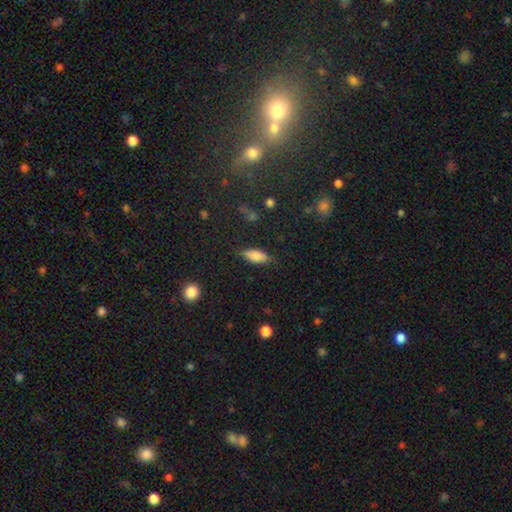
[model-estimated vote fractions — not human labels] The model was most divided on "how rounded": in between: 78%, cigar-shaped: 19%, round: 3%. More confident: merging — none (80%); smooth or featured — smooth (79%).